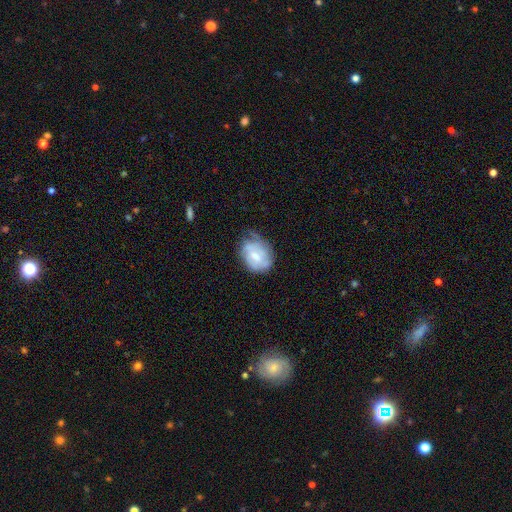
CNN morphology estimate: A smooth galaxy with no disk features (48%). Merging: none (41%).